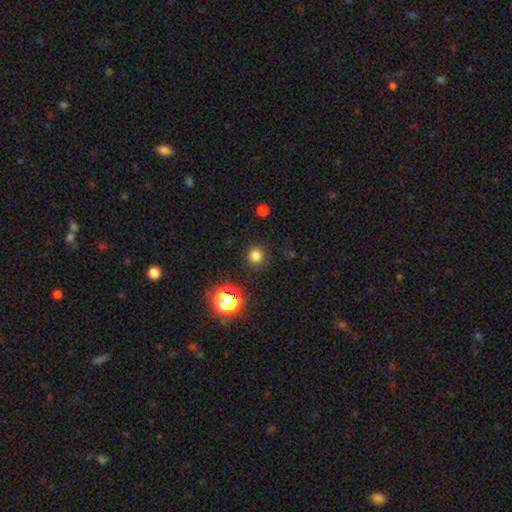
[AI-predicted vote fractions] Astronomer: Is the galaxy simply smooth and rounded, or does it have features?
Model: smooth — 78%.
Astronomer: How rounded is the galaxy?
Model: round — 94%.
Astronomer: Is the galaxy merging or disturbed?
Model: none — 90%.